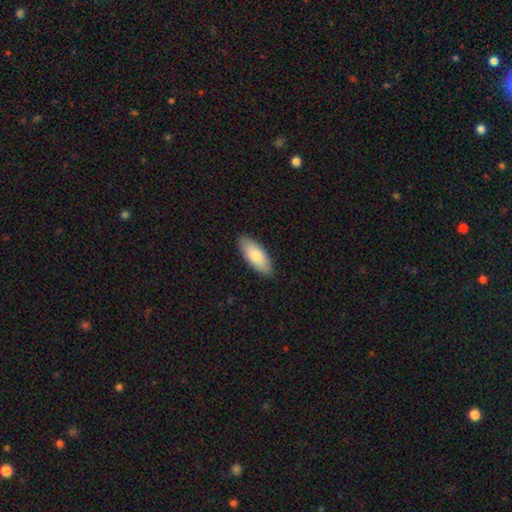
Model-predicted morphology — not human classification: Smooth or featured?
  - smooth: 81% *
  - featured or disk: 14%
  - star or artifact: 5%
How rounded?
  - in between: 81% *
  - cigar-shaped: 18%
  - round: 2%
Merging?
  - none: 88% *
  - minor disturbance: 9%
  - major disturbance: 2%
  - merger: 1%